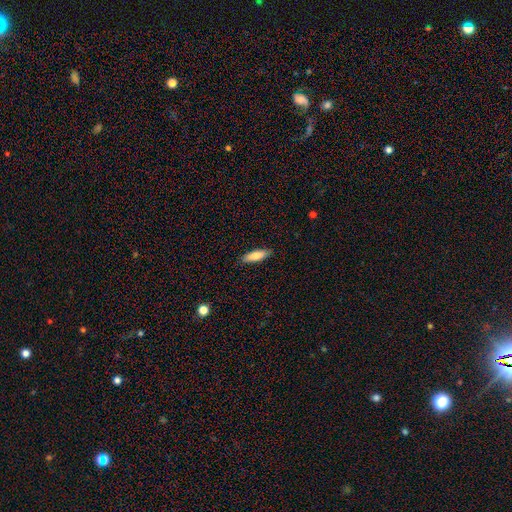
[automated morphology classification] Smooth or featured: smooth — 79% (featured or disk — 15%)
How rounded: cigar-shaped — 53% (in between — 45%)
Merging: none — 88% (minor disturbance — 9%)